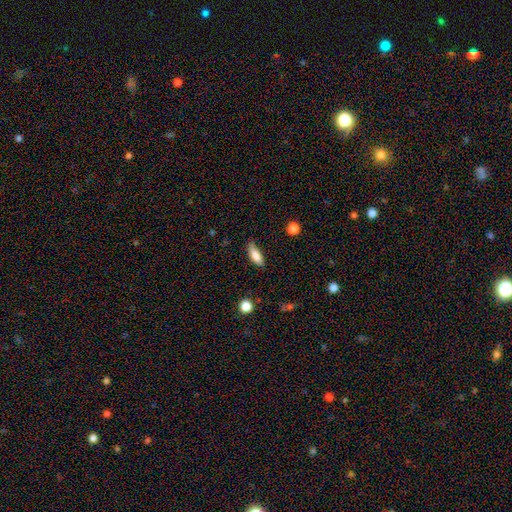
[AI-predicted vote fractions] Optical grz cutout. It shows a smooth galaxy with no disk features (84%) that is in between round and cigar-shaped (66%). Merging: none (73%).